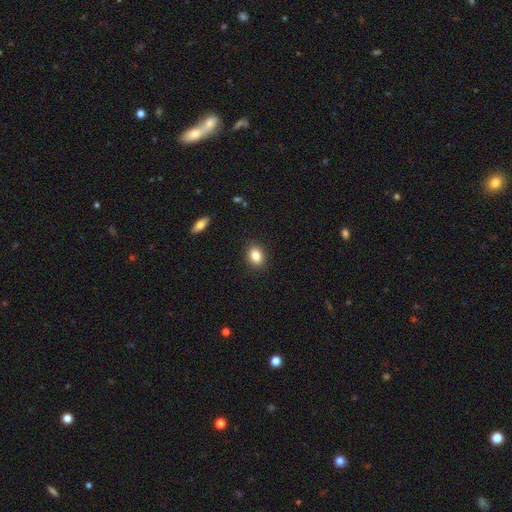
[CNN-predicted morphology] smooth_or_featured: smooth (p=0.84) [alt: star or artifact p=0.09]
how_rounded: in between (p=0.70) [alt: round p=0.29]
merging: none (p=0.89) [alt: minor disturbance p=0.08]